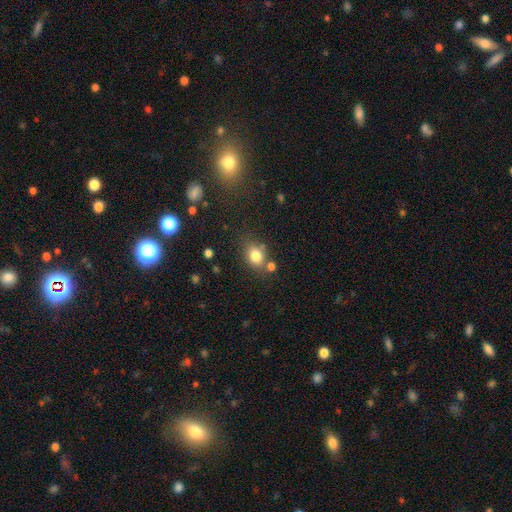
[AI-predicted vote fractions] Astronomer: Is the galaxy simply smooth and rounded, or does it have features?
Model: smooth — 81%.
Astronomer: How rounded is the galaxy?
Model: in between — 59% (runner-up: round, 39%).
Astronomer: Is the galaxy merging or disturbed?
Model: none — 65%.